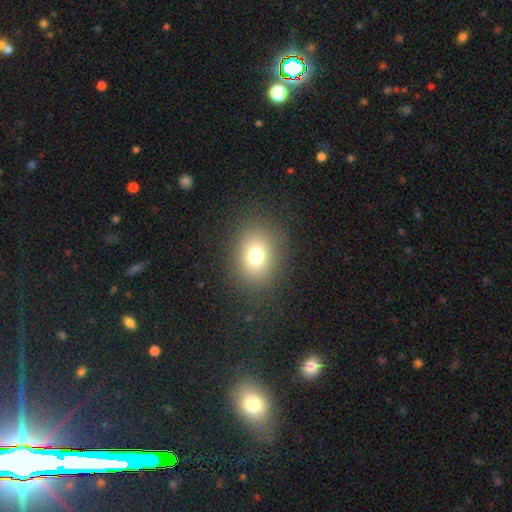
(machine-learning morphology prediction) This appears to be a smooth galaxy with no disk features (73%) that is round (53%). Merging: none (86%).